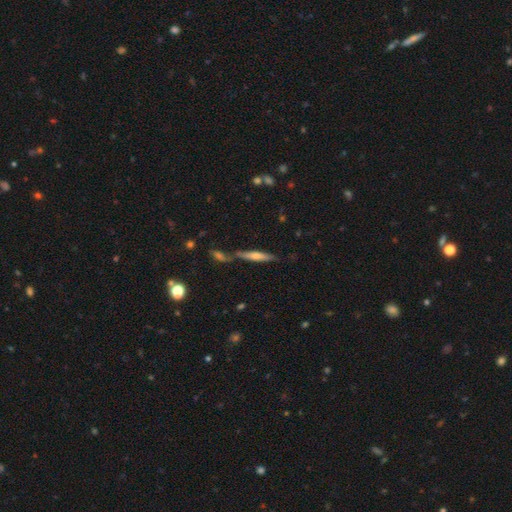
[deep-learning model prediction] Smooth or featured? Predicted: featured or disk (p=0.55). Edge-on disk? Predicted: yes (p=0.93). Edge-on bulge? Predicted: rounded (p=0.64). Merging? Predicted: none (p=0.62).